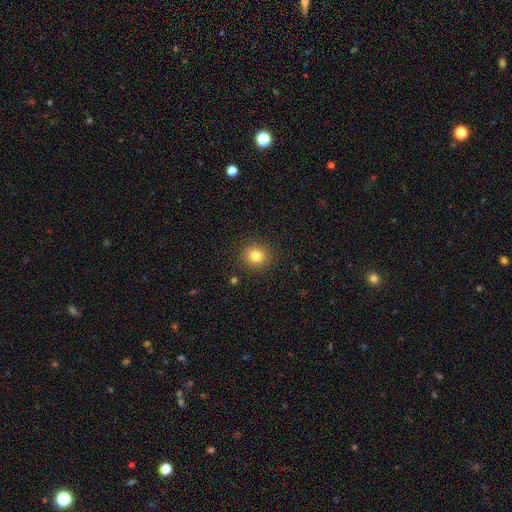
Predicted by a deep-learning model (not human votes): Overall: smooth (81%). How rounded: round (81%). Merging: none (89%).